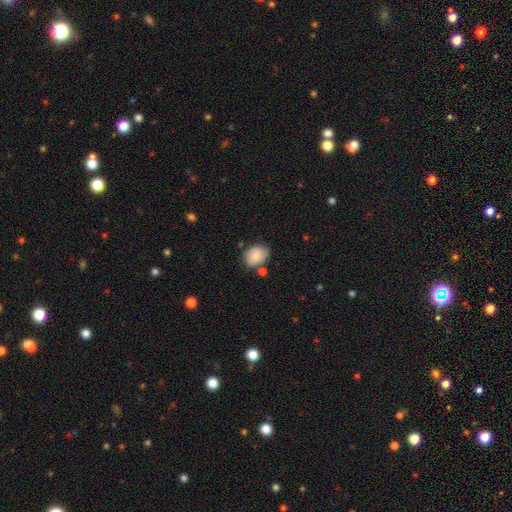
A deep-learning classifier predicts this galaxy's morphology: The model was most divided on "how rounded": in between: 64%, round: 35%, cigar-shaped: 1%. More confident: smooth or featured — smooth (71%); merging — none (59%).